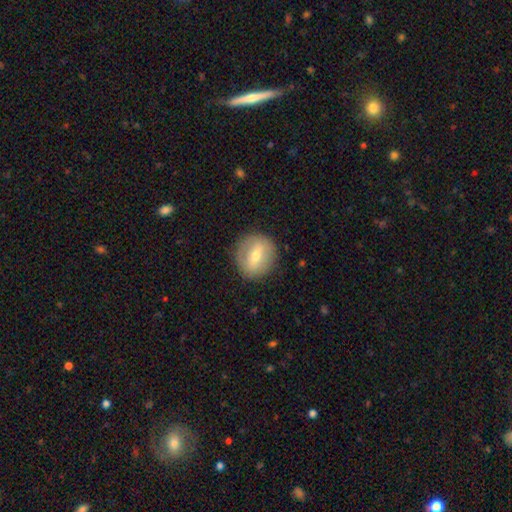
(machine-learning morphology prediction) This is possibly a smooth galaxy (52%). How rounded: clearly round (84%). Merging: clearly none (86%).